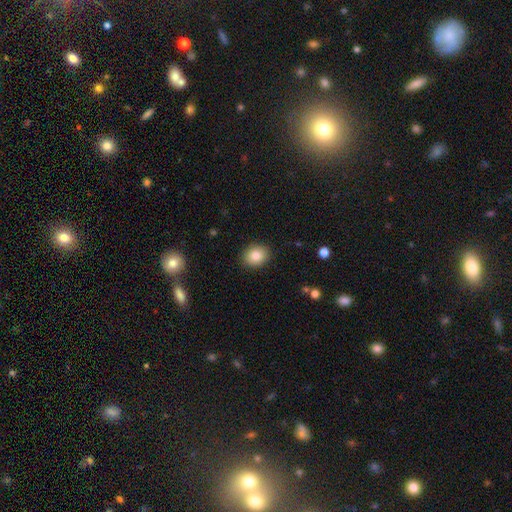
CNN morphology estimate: Smooth or featured?
  - smooth: 84% *
  - star or artifact: 9%
  - featured or disk: 7%
How rounded?
  - round: 60% *
  - in between: 39%
  - cigar-shaped: 1%
Merging?
  - none: 89% *
  - minor disturbance: 8%
  - major disturbance: 2%
  - merger: 1%